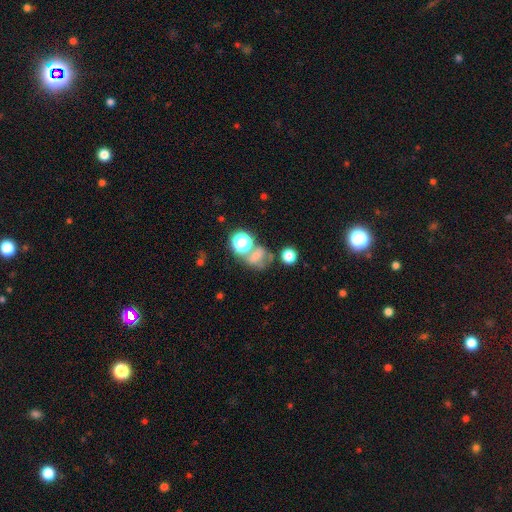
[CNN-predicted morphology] This appears to be a smooth galaxy with no disk features (42%). Merging: none (47%).